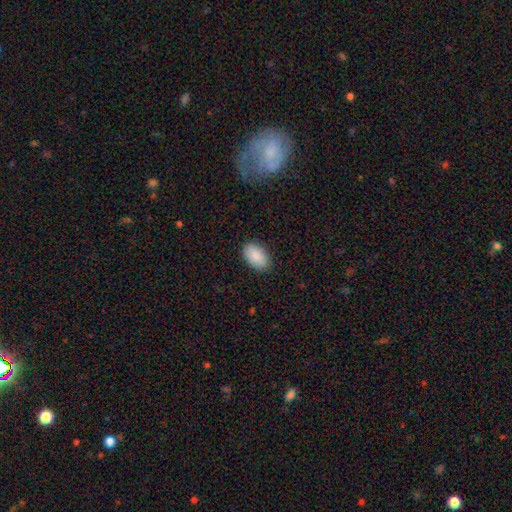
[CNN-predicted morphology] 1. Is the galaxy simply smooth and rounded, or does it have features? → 89% smooth, 6% star or artifact, 5% featured or disk.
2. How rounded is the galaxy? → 93% in between, 6% round, 1% cigar-shaped.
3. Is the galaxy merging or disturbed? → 88% none, 9% minor disturbance, 2% major disturbance, 1% merger.